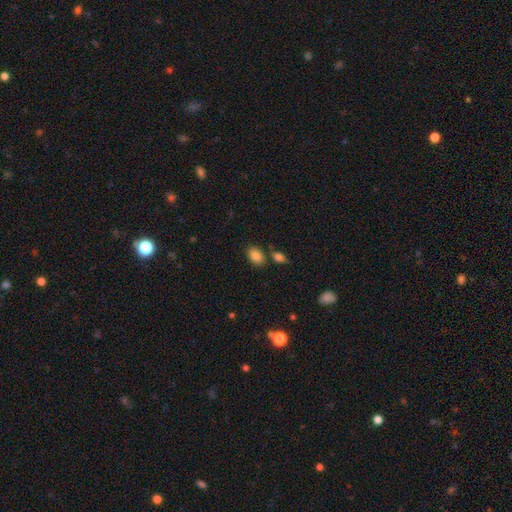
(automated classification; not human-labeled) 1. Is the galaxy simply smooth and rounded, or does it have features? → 87% smooth, 9% star or artifact, 5% featured or disk.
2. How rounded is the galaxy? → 85% in between, 14% round, 1% cigar-shaped.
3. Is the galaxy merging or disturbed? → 75% none, 11% minor disturbance, 10% merger, 3% major disturbance.